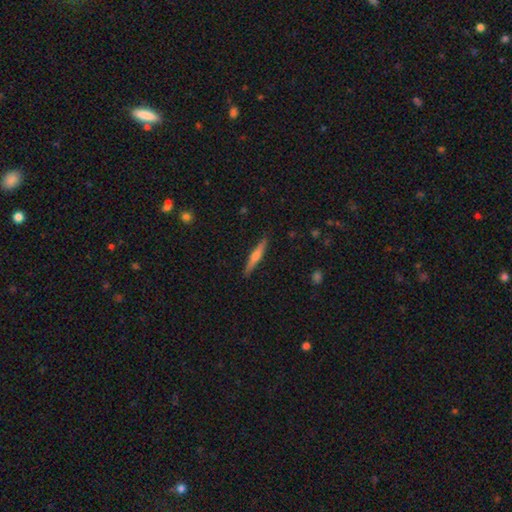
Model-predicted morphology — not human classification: Smooth or featured? Predicted: smooth (p=0.48). Merging? Predicted: none (p=0.89).